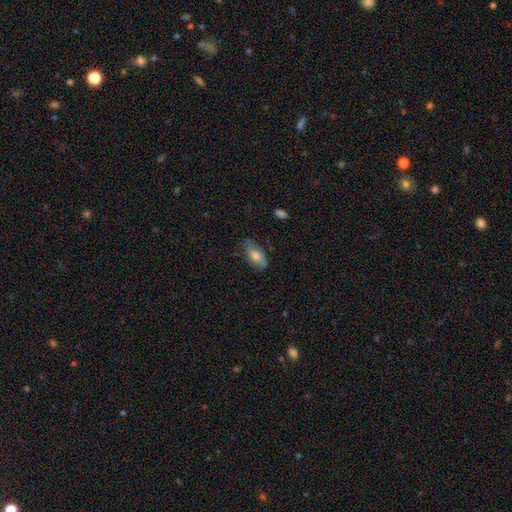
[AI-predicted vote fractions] This appears to be a smooth galaxy with no disk features (66%) that is in between round and cigar-shaped (88%). Merging: none (70%).